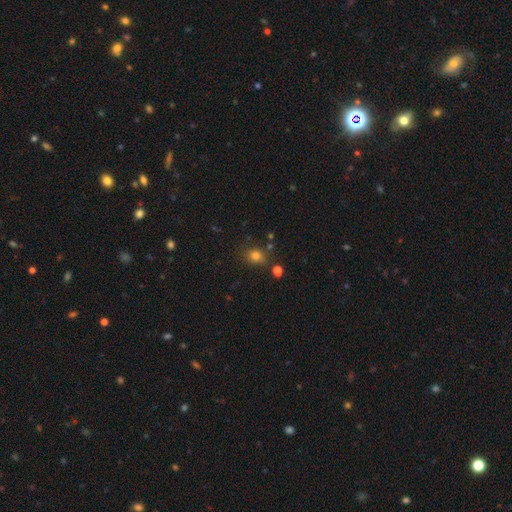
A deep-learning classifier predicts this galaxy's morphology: Smooth or featured? smooth (77%)
How rounded? round (55%)
Merging? none (79%)